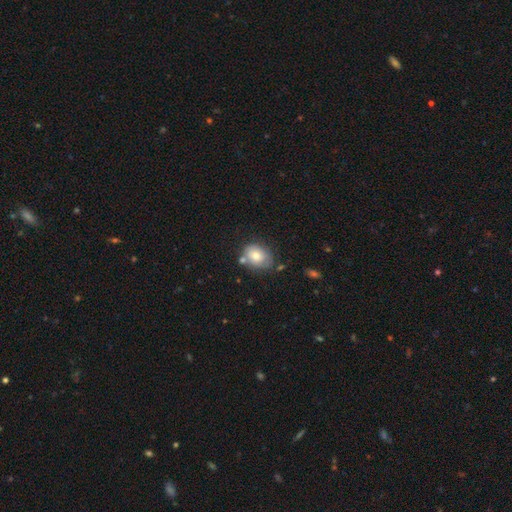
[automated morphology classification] This appears to be a smooth galaxy with no disk features (68%) that is in between round and cigar-shaped (60%). Merging: none (56%).